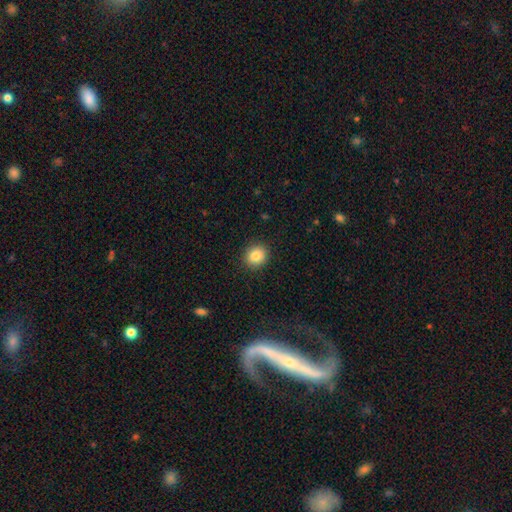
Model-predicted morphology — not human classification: Smooth or featured: smooth — 84% (star or artifact — 10%)
How rounded: round — 81% (in between — 18%)
Merging: none — 91% (minor disturbance — 6%)